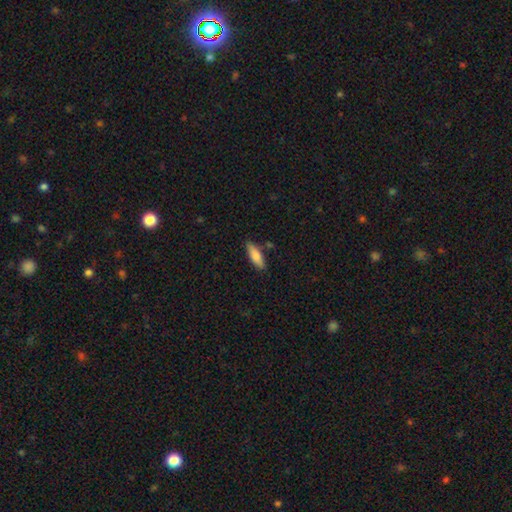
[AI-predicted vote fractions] smooth 79%, featured or disk 15%, star or artifact 6%. Down the decision tree: how rounded — in between (49%, tied with cigar-shaped); merging — none (80%).